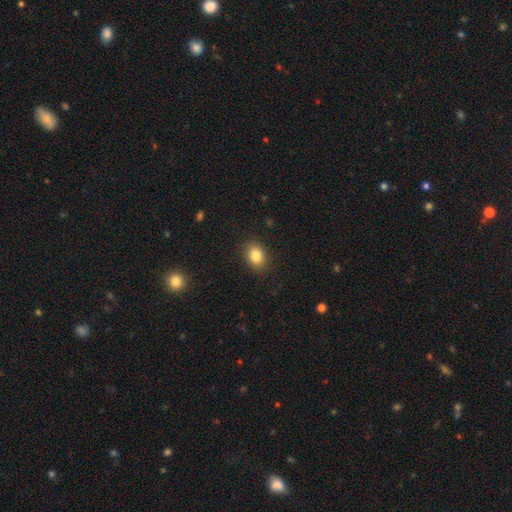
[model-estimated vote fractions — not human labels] Smooth or featured? Predicted: smooth (p=0.83). How rounded? Predicted: in between (p=0.68). Merging? Predicted: none (p=0.88).